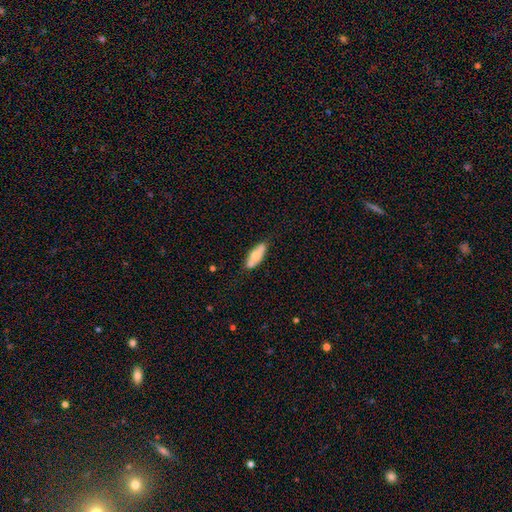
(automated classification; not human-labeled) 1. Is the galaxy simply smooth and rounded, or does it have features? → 61% smooth, 33% featured or disk, 6% star or artifact.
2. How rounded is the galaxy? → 73% in between, 25% cigar-shaped, 3% round.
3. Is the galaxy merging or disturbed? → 68% none, 20% minor disturbance, 8% merger, 4% major disturbance.